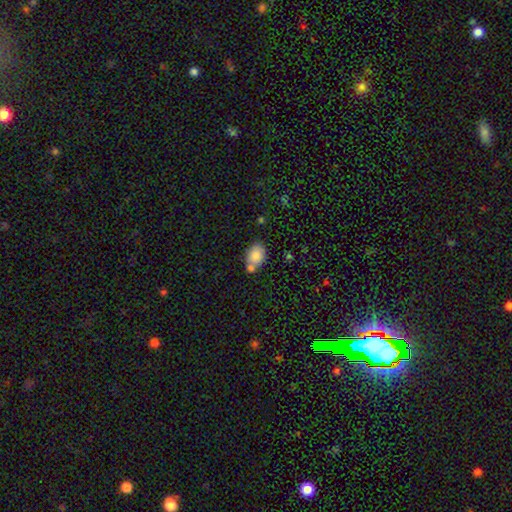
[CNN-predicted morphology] A smooth galaxy with no disk features (82%) that is in between round and cigar-shaped (79%). Merging: none (60%).